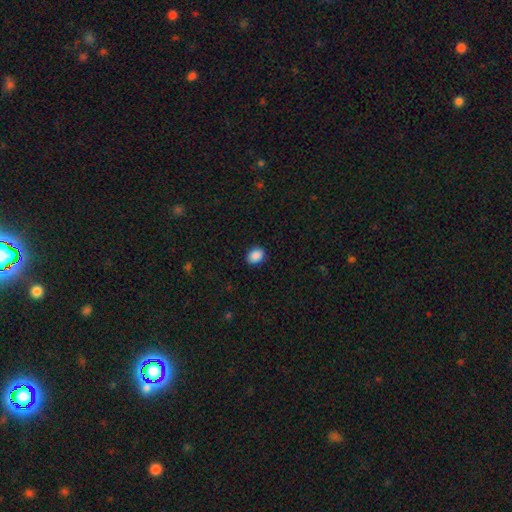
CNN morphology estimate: Overall: smooth (89%). How rounded: in between (62%; round 37%). Merging: none (90%).